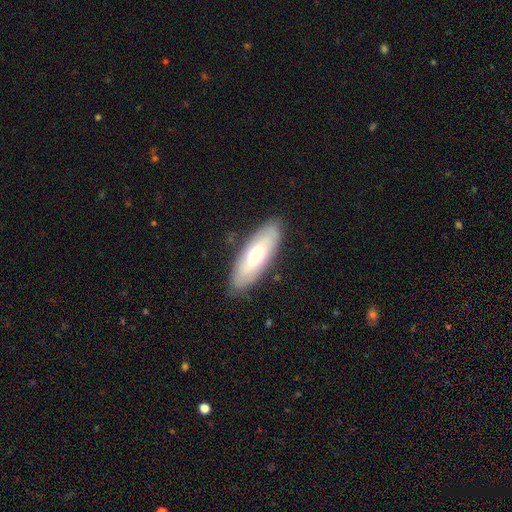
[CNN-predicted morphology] Q: Smooth or featured?
A: smooth (53%); runner-up: featured or disk (40%)
Q: How rounded?
A: in between (64%); runner-up: cigar-shaped (34%)
Q: Merging?
A: none (86%); runner-up: minor disturbance (10%)